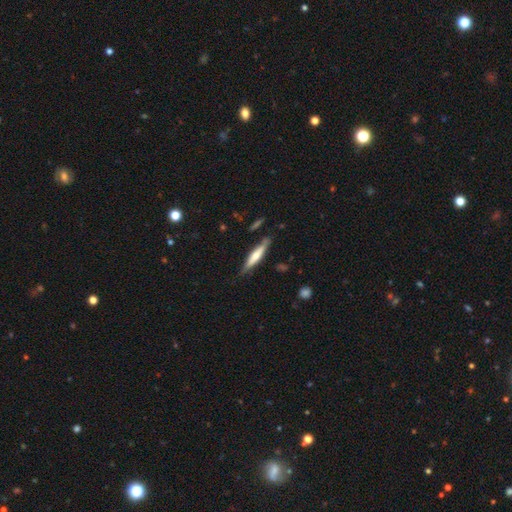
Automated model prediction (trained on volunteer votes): This is possibly a featured or disk galaxy (47%, tied with smooth). Merging: likely none (79%).